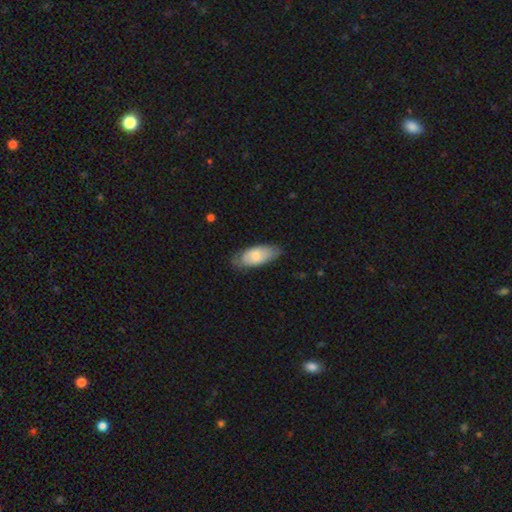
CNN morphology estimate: Smooth or featured: smooth — 71% (featured or disk — 23%)
How rounded: in between — 86% (cigar-shaped — 12%)
Merging: none — 71% (minor disturbance — 23%)